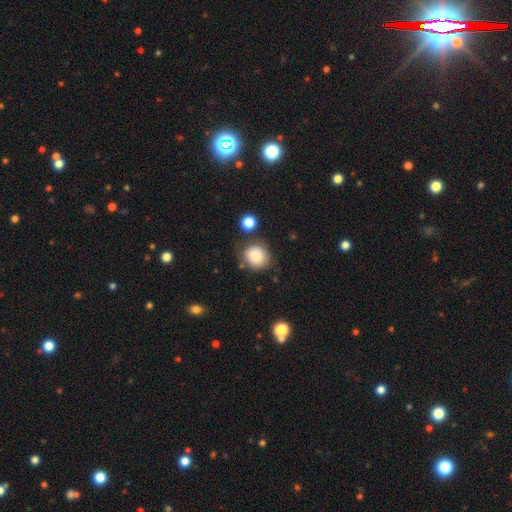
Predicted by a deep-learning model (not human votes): smooth_or_featured: smooth (p=0.83) [alt: star or artifact p=0.09]
how_rounded: round (p=0.77) [alt: in between p=0.22]
merging: none (p=0.69) [alt: minor disturbance p=0.18]